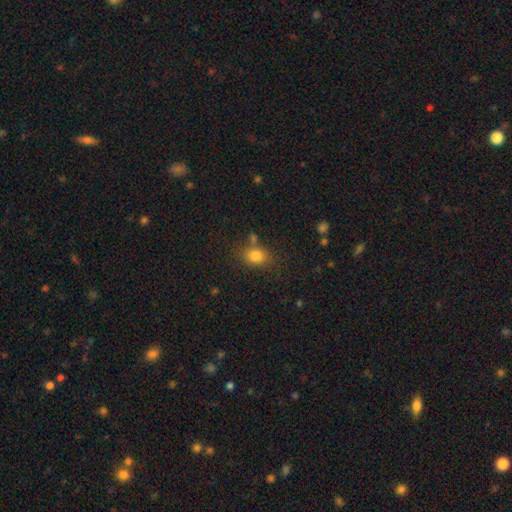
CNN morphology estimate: The model was most divided on "how rounded": in between: 55%, round: 43%, cigar-shaped: 1%. More confident: smooth or featured — smooth (81%); merging — none (69%).